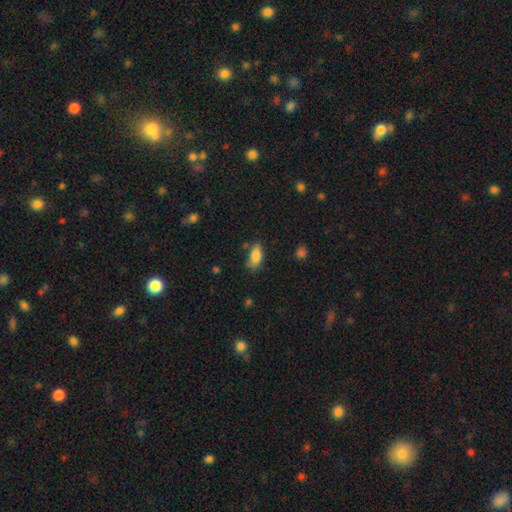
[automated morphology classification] A smooth galaxy with no disk features (85%) that is in between round and cigar-shaped (89%).

Vote fractions:
- Smooth or featured? smooth: 85% / star or artifact: 8% / featured or disk: 7%
- How rounded? in between: 89% / cigar-shaped: 8% / round: 3%
- Merging? none: 69% / minor disturbance: 22% / major disturbance: 5% / merger: 4%